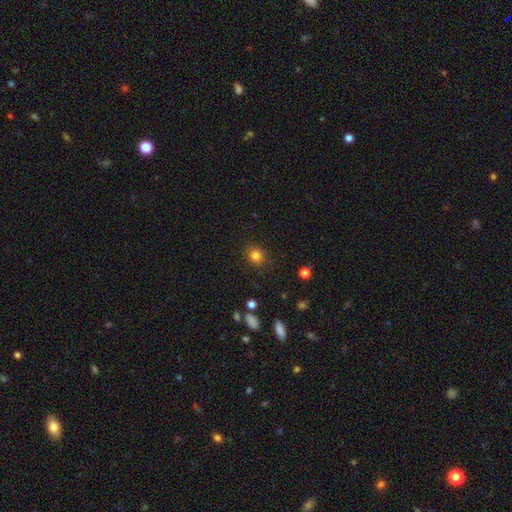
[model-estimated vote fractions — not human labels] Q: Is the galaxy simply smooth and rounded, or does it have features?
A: smooth — 82%.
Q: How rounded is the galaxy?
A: round — 81%.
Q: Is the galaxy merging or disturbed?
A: none — 87%.